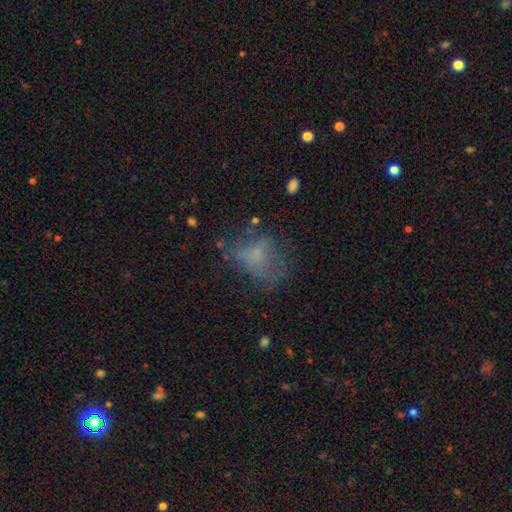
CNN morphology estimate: Smooth or featured? Predicted: smooth (p=0.51). How rounded? Predicted: in between (p=0.60). Merging? Predicted: none (p=0.43).